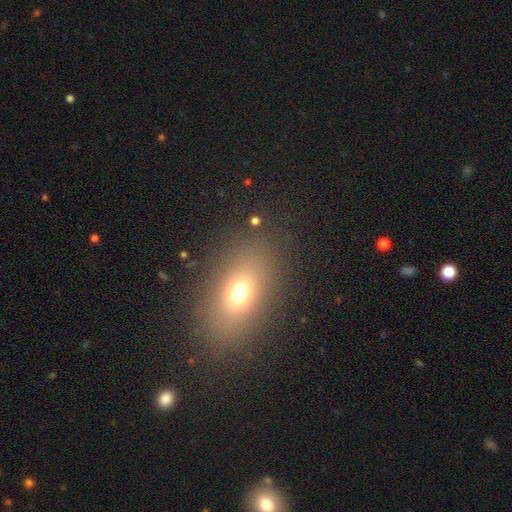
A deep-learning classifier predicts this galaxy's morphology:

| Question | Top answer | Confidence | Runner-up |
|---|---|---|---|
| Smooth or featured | smooth | 66% | star or artifact (19%) |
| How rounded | in between | 77% | round (17%) |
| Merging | none | 87% | minor disturbance (7%) |